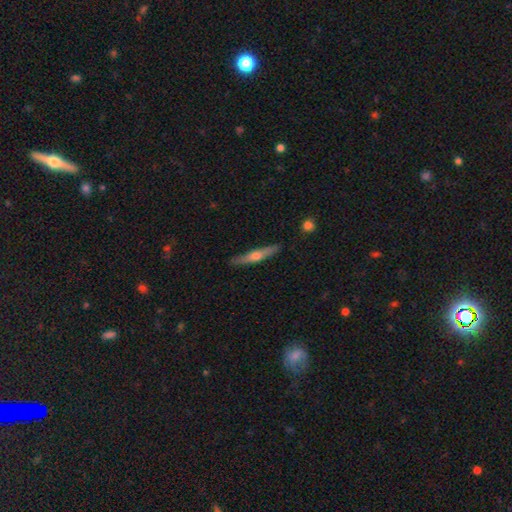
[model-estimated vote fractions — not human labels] Q: Smooth or featured?
A: featured or disk (58%); runner-up: smooth (36%)
Q: Edge-on disk?
A: yes (96%); runner-up: no (4%)
Q: Edge-on bulge?
A: rounded (88%); runner-up: none (8%)
Q: Merging?
A: none (89%); runner-up: minor disturbance (8%)